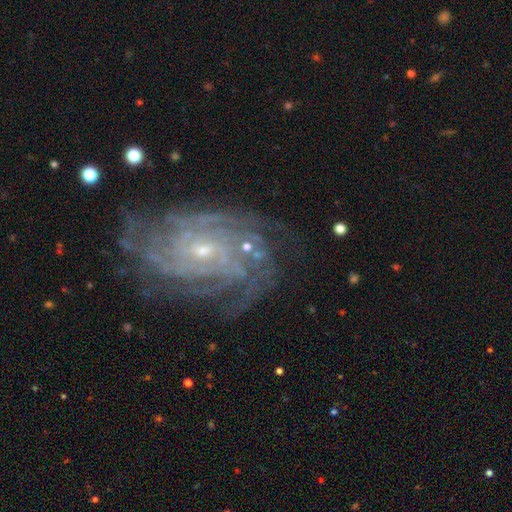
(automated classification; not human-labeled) featured or disk 87%, star or artifact 8%, smooth 5%. Down the decision tree: edge-on disk — no (97%); bar — no (59%); spiral arms — yes (97%); spiral arm count — can't tell (26%); spiral winding — tight (70%); bulge size — small (74%); merging — none (76%).